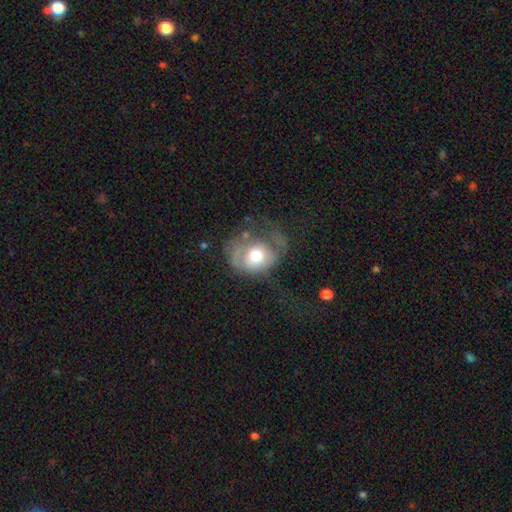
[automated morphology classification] smooth 52%, featured or disk 40%, star or artifact 9%. Down the decision tree: how rounded — round (53%); merging — major disturbance (44%).